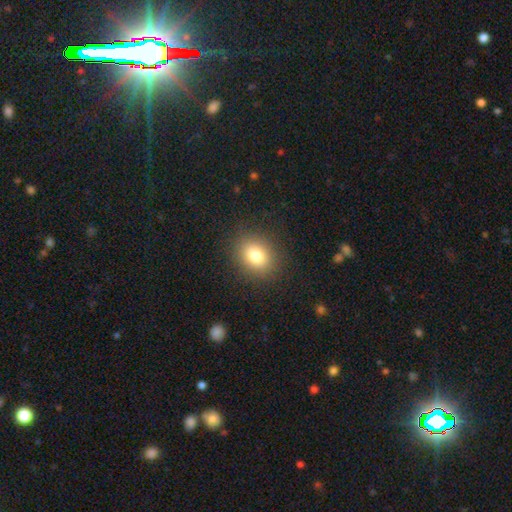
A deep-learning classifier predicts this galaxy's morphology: Q: Smooth or featured?
A: smooth (80%); runner-up: star or artifact (13%)
Q: How rounded?
A: round (57%); runner-up: in between (42%)
Q: Merging?
A: none (91%); runner-up: minor disturbance (6%)